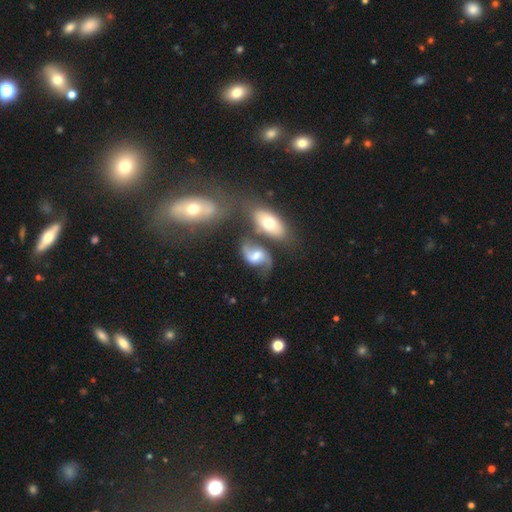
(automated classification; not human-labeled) smooth-or-featured: featured or disk: 76% | smooth: 17% | star or artifact: 7%
  disk-edge-on: no: 97% | yes: 3%
    bar: weak: 47% | no: 39% | strong: 14%
    has-spiral-arms: yes: 93% | no: 7%
      spiral-winding: loose: 58% | medium: 34% | tight: 7%
      spiral-arm-count: 2: 91% | can't tell: 3% | 1: 3% | 3: 1% | 4: 1% | more than 4: 1%
    bulge-size: moderate: 56% | small: 20% | large: 16% | none: 6% | dominant: 2%
  merging: none: 50% | merger: 21% | minor disturbance: 18% | major disturbance: 11%